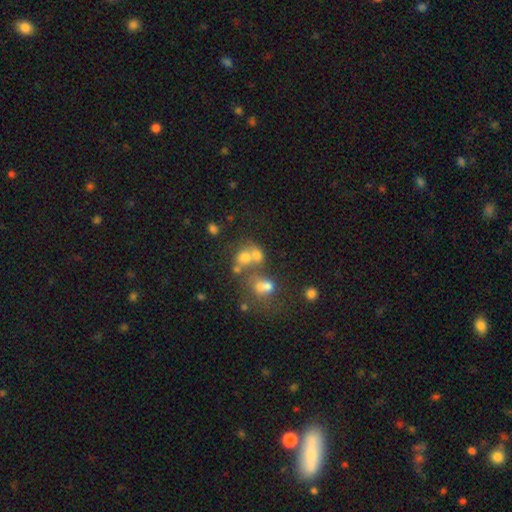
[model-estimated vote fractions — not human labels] Morphology: type=smooth (54%); roundness=round (66%); merging=merger (48%).